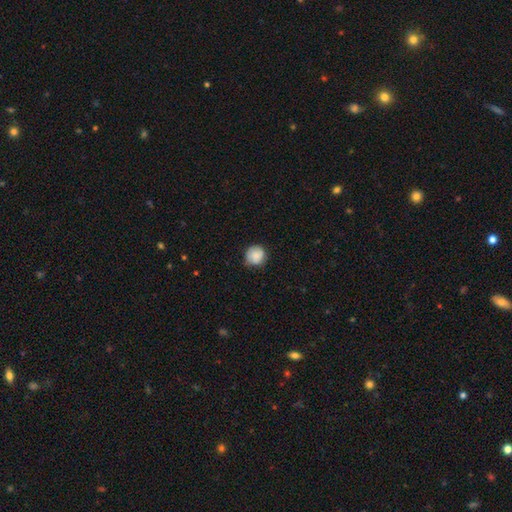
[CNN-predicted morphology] smooth 85%, star or artifact 8%, featured or disk 7%. Down the decision tree: how rounded — round (91%); merging — none (75%).